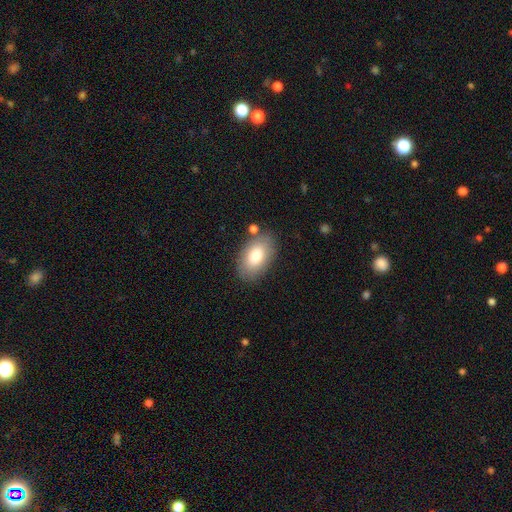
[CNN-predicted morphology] Overall: smooth (80%). How rounded: in between (93%). Merging: none (80%).